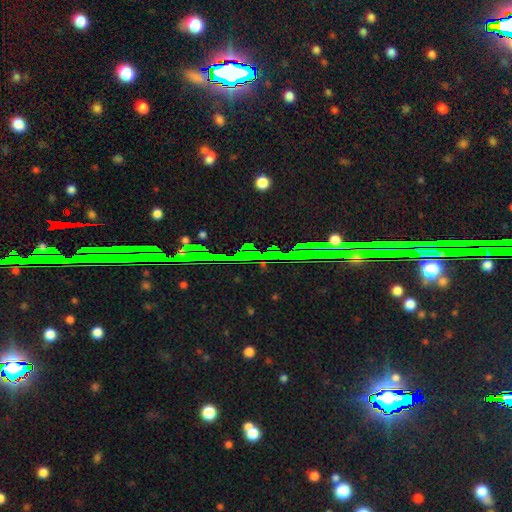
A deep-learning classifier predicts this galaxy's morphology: star or artifact 83%, smooth 9%, featured or disk 8%.